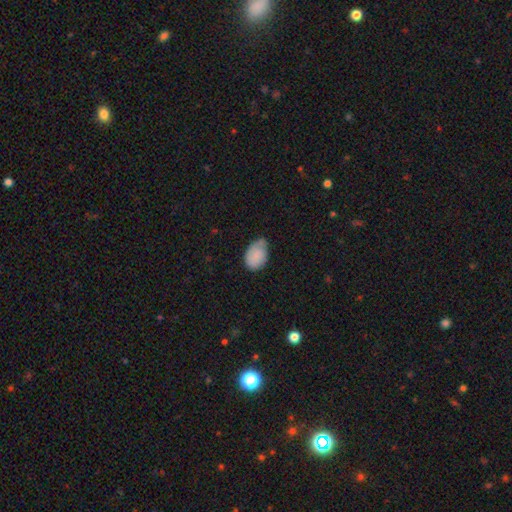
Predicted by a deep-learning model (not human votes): Q: Smooth or featured?
A: smooth (79%); runner-up: featured or disk (14%)
Q: How rounded?
A: in between (84%); runner-up: round (15%)
Q: Merging?
A: minor disturbance (43%); runner-up: none (42%)